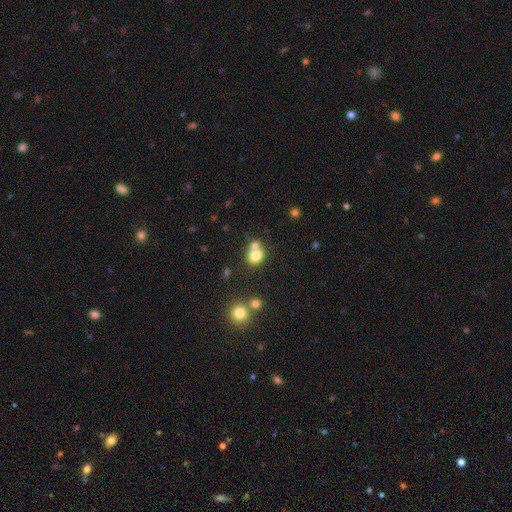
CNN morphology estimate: smooth-or-featured: smooth: 75% | featured or disk: 14% | star or artifact: 11%
  how-rounded: round: 57% | in between: 42% | cigar-shaped: 1%
  merging: merger: 45% | none: 39% | minor disturbance: 11% | major disturbance: 4%